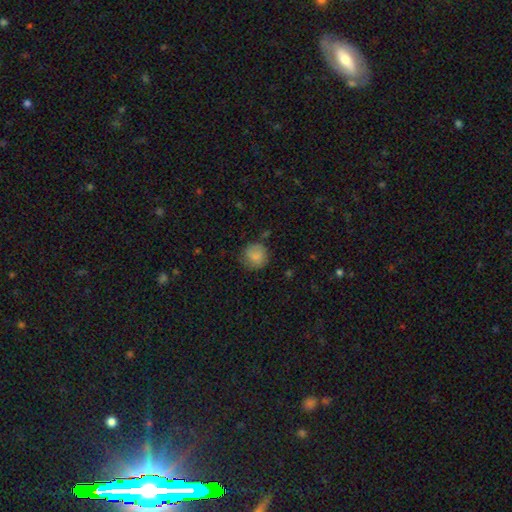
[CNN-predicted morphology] Smooth or featured? smooth (81%)
How rounded? round (89%)
Merging? none (69%)